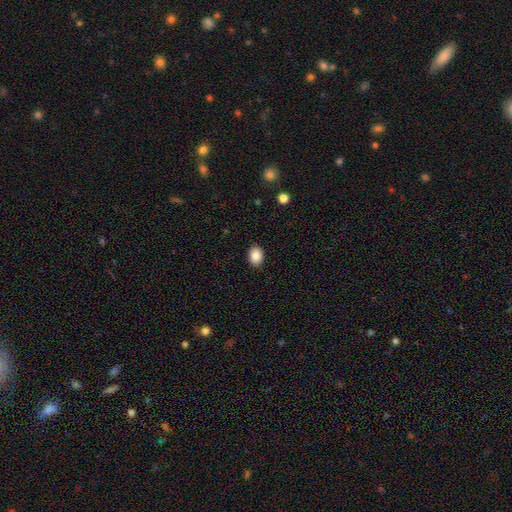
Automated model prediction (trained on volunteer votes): This is clearly a smooth galaxy (89%). How rounded: likely in between (68%). Merging: clearly none (89%).